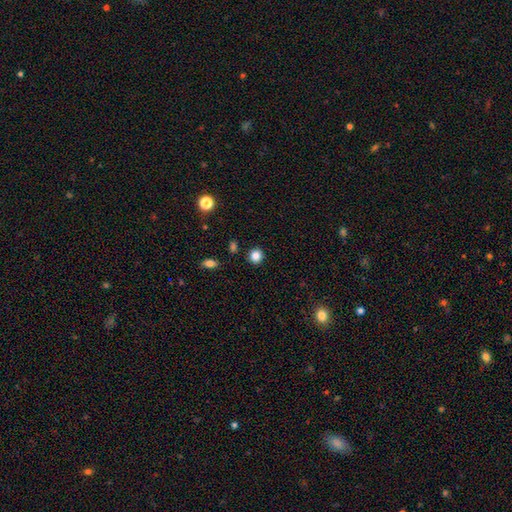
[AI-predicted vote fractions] smooth 84%, star or artifact 11%, featured or disk 5%. Down the decision tree: how rounded — round (90%); merging — none (90%).